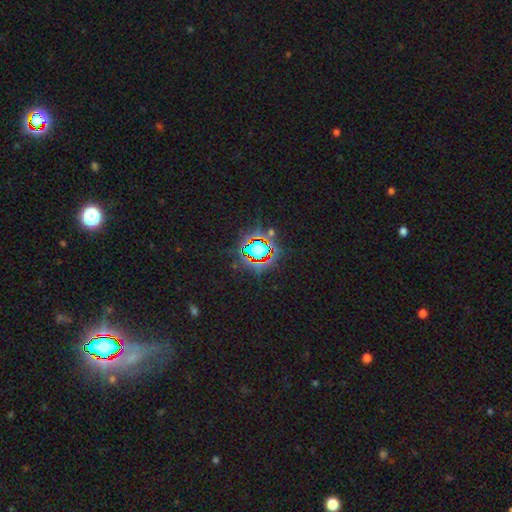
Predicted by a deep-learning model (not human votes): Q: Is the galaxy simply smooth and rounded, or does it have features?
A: star or artifact — 76%.